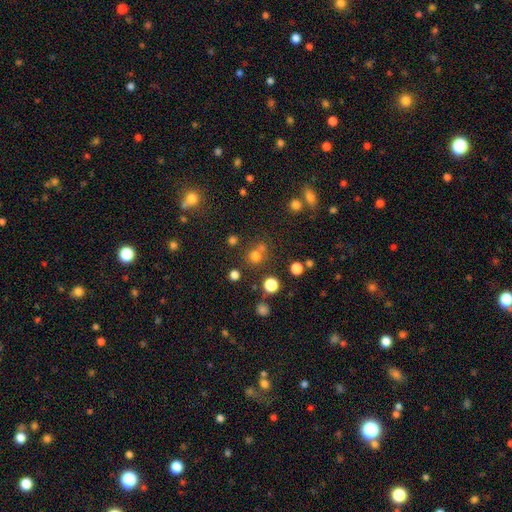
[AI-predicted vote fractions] Smooth or featured?
  - smooth: 58% *
  - star or artifact: 33%
  - featured or disk: 9%
How rounded?
  - round: 89% *
  - in between: 10%
  - cigar-shaped: 1%
Merging?
  - none: 70% *
  - merger: 19%
  - minor disturbance: 8%
  - major disturbance: 4%